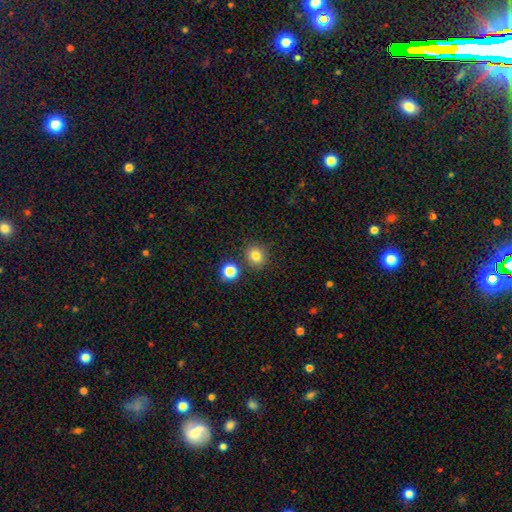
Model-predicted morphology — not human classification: This is clearly a smooth galaxy (80%). How rounded: clearly round (84%). Merging: clearly none (83%).